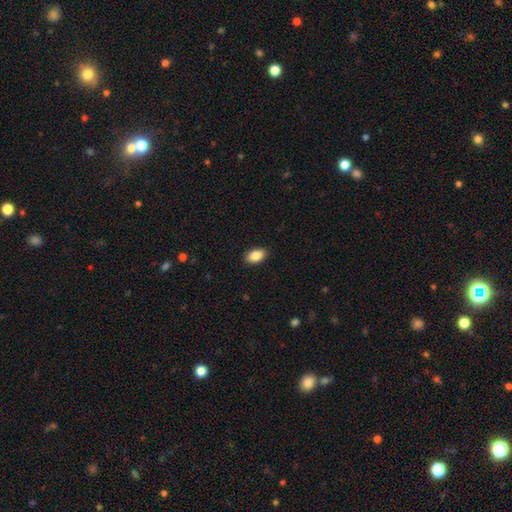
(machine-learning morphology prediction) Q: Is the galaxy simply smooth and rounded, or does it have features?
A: smooth — 86%.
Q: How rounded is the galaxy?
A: in between — 91%.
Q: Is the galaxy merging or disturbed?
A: none — 89%.